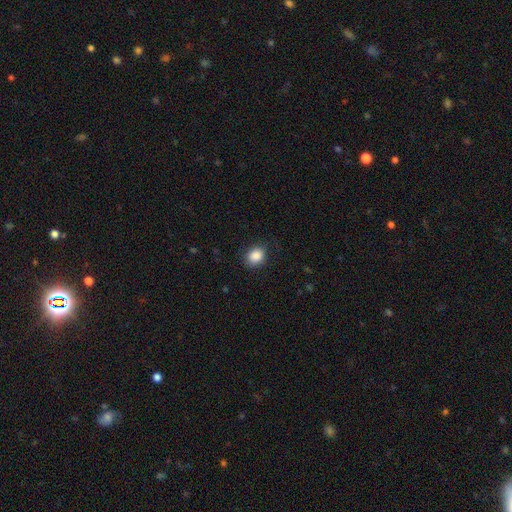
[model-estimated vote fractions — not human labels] A smooth galaxy with no disk features (88%) that is round (54%).

Vote fractions:
- Smooth or featured? smooth: 88% / star or artifact: 9% / featured or disk: 4%
- How rounded? round: 54% / in between: 45% / cigar-shaped: 1%
- Merging? none: 81% / minor disturbance: 14% / major disturbance: 4% / merger: 1%